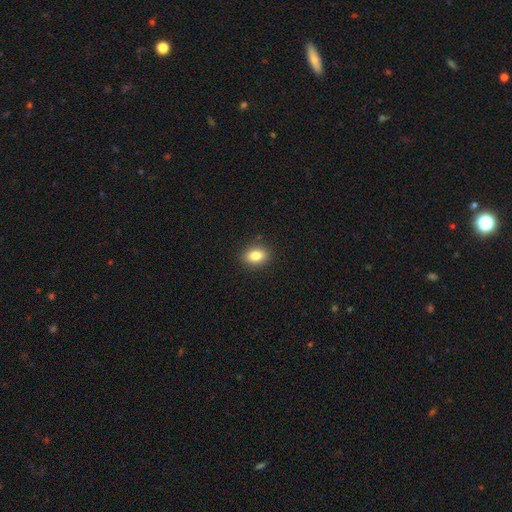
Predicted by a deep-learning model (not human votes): This is clearly a smooth galaxy (83%). How rounded: likely in between (73%). Merging: clearly none (89%).